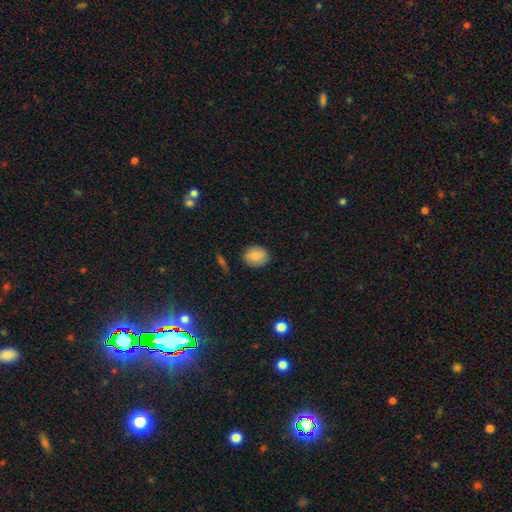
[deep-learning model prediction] This appears to be a smooth galaxy with no disk features (87%) that is round (53%). Merging: none (86%).